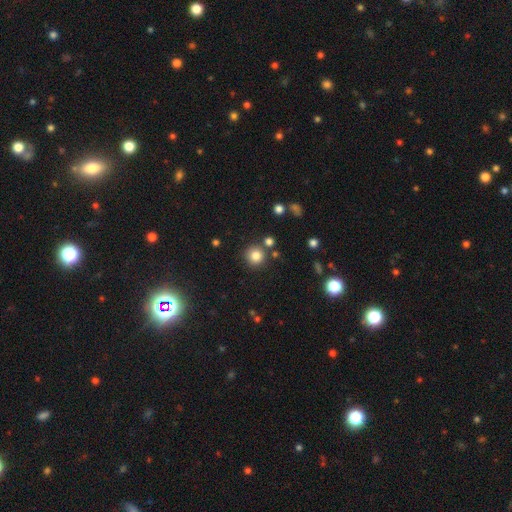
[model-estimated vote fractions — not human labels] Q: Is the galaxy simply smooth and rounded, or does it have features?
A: smooth — 82%.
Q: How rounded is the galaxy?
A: round — 93%.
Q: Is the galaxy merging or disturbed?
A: none — 83%.